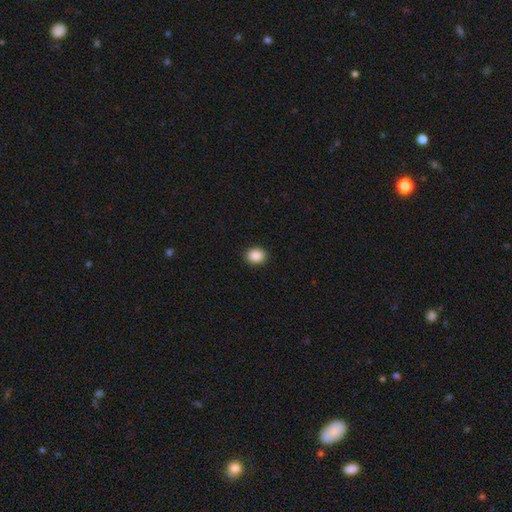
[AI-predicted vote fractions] A smooth galaxy with no disk features (89%) that is round (55%).

Vote fractions:
- Smooth or featured? smooth: 89% / star or artifact: 9% / featured or disk: 3%
- How rounded? round: 55% / in between: 44% / cigar-shaped: 1%
- Merging? none: 91% / minor disturbance: 6% / major disturbance: 2% / merger: 1%